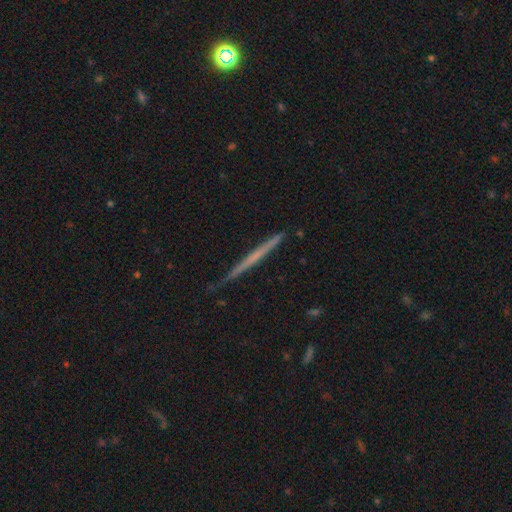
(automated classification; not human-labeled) Smooth or featured?
  - featured or disk: 55% *
  - smooth: 39%
  - star or artifact: 6%
Edge-on disk?
  - yes: 98% *
  - no: 2%
Edge-on bulge?
  - none: 90% *
  - rounded: 7%
  - boxy: 3%
Merging?
  - none: 90% *
  - minor disturbance: 8%
  - major disturbance: 1%
  - merger: 1%